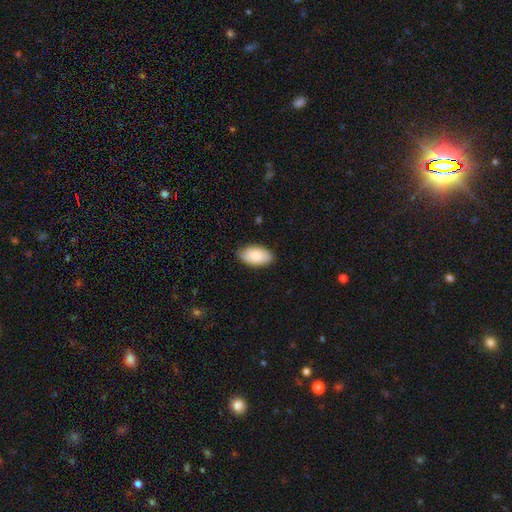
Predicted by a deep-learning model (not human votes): A smooth galaxy with no disk features (81%) that is in between round and cigar-shaped (95%).

Vote fractions:
- Smooth or featured? smooth: 81% / featured or disk: 14% / star or artifact: 6%
- How rounded? in between: 95% / round: 4% / cigar-shaped: 2%
- Merging? none: 81% / minor disturbance: 16% / major disturbance: 2% / merger: 1%